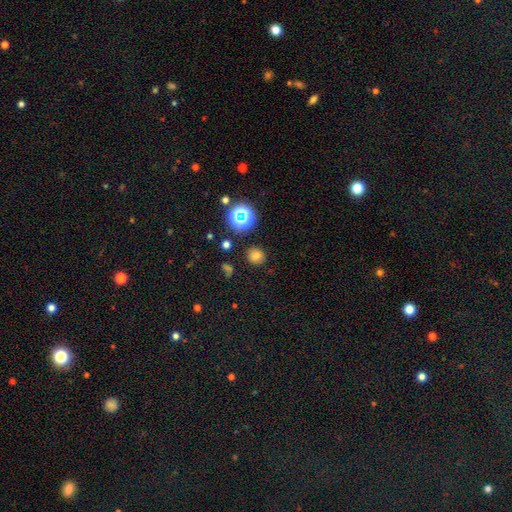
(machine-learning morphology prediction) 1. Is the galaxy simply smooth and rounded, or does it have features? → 72% smooth, 21% star or artifact, 7% featured or disk.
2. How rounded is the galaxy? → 87% round, 12% in between, 1% cigar-shaped.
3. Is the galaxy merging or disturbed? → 87% none, 8% minor disturbance, 3% major disturbance, 2% merger.